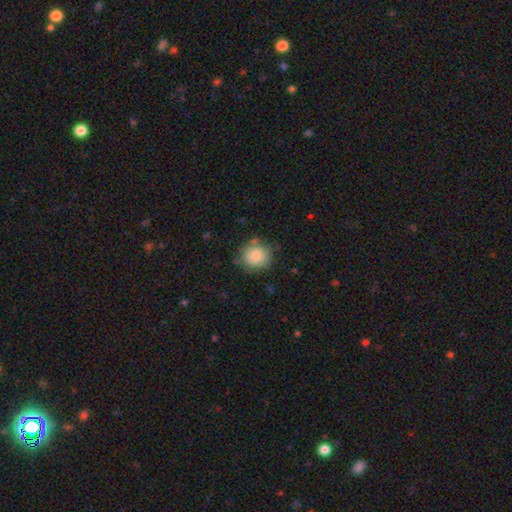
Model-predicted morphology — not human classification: The model was most divided on "merging": none: 77%, minor disturbance: 16%, major disturbance: 4%, merger: 3%. More confident: how rounded — round (89%); smooth or featured — smooth (83%).